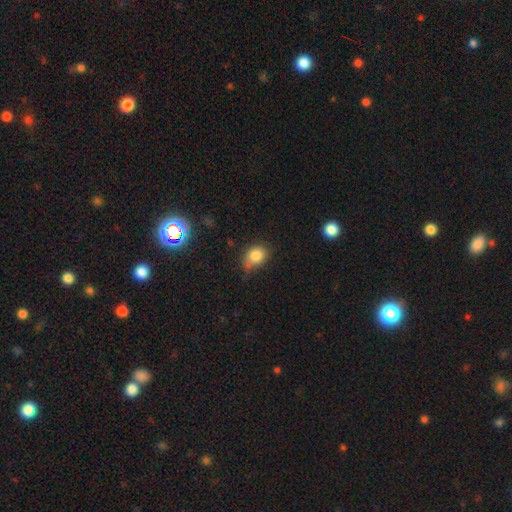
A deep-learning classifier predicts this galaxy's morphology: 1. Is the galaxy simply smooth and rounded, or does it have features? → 82% smooth, 11% star or artifact, 7% featured or disk.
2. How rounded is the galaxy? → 54% in between, 45% round, 1% cigar-shaped.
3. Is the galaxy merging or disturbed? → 54% none, 32% minor disturbance, 8% major disturbance, 6% merger.